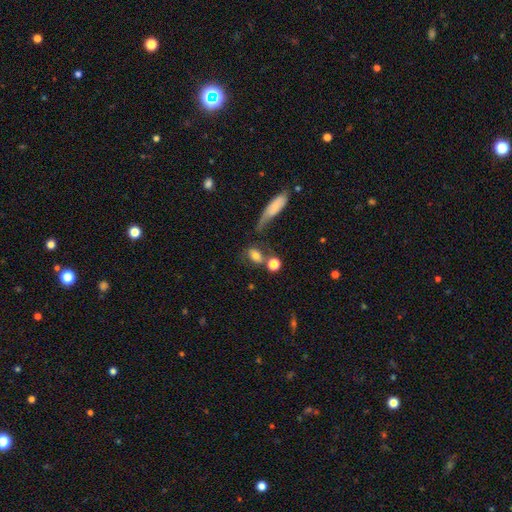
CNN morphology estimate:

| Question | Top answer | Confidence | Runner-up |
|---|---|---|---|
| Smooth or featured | smooth | 70% | featured or disk (19%) |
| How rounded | in between | 70% | round (24%) |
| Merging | none | 45% | merger (27%) |